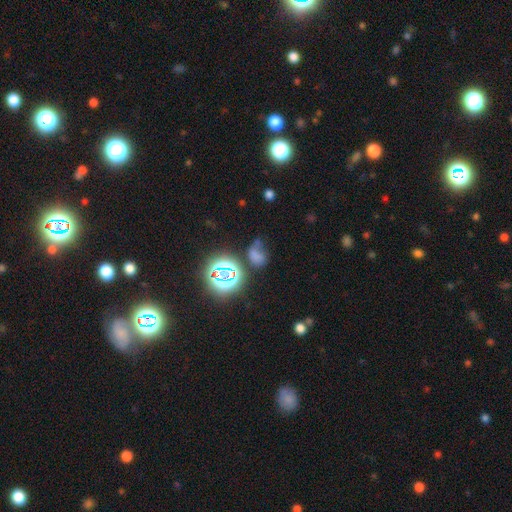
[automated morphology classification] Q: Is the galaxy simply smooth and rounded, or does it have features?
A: smooth — 53%.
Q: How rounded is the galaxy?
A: in between — 62%.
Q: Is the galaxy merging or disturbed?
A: none — 38%.